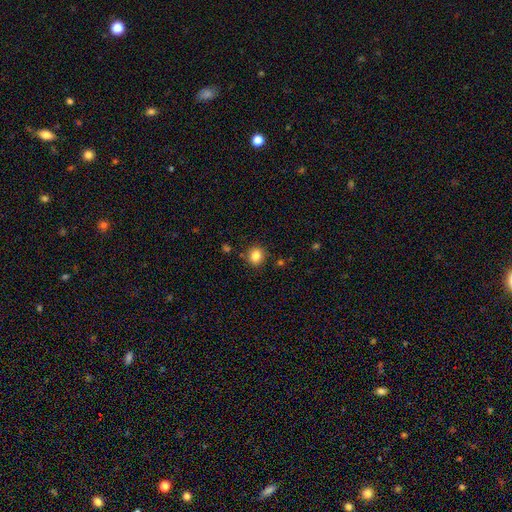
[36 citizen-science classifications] Overall: smooth (86%). How rounded: round (81%). Merging: none (91%).